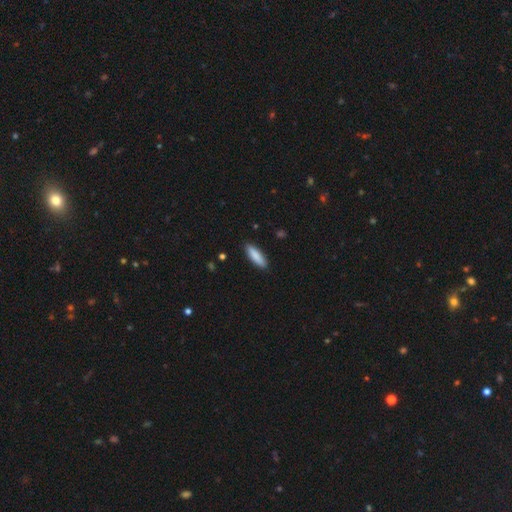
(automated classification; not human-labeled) This appears to be a smooth galaxy with no disk features (87%) that is cigar-shaped (54%). Merging: none (89%).